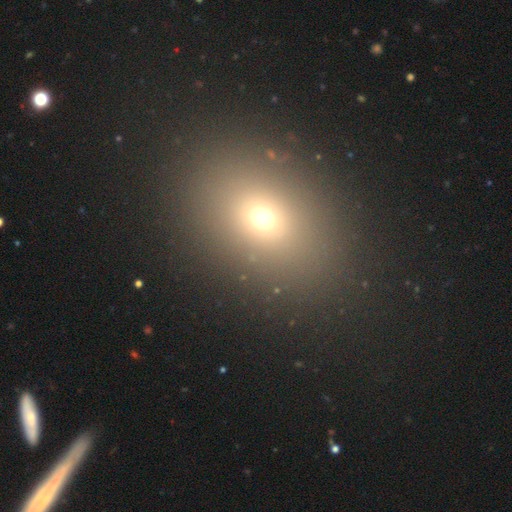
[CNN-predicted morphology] The model was most divided on "how rounded": in between: 62%, round: 36%, cigar-shaped: 2%. More confident: merging — none (88%); smooth or featured — smooth (65%).